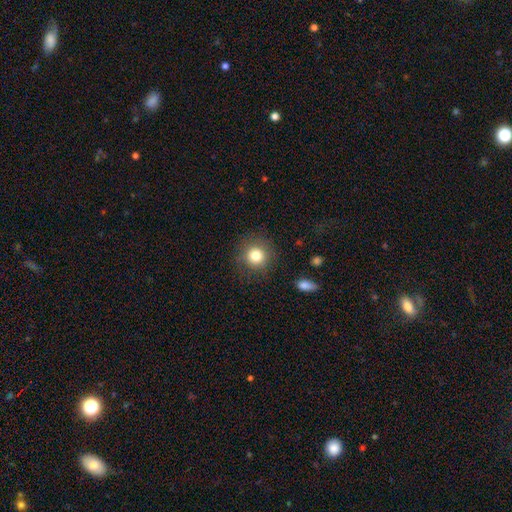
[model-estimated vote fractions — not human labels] smooth_or_featured: smooth (p=0.81) [alt: star or artifact p=0.11]
how_rounded: round (p=0.93) [alt: in between p=0.06]
merging: none (p=0.88) [alt: minor disturbance p=0.08]